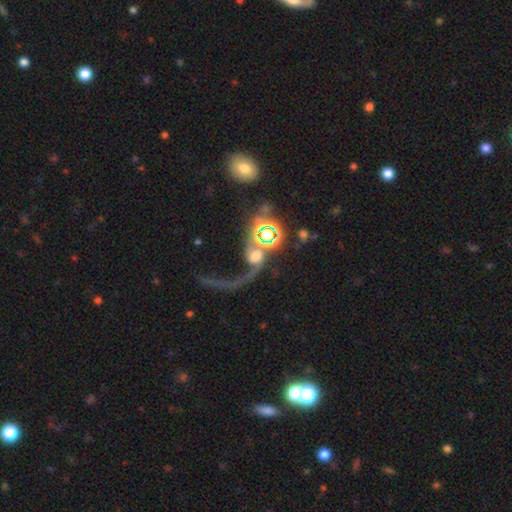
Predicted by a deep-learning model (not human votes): Smooth or featured?
  - featured or disk: 55% *
  - star or artifact: 23%
  - smooth: 22%
Edge-on disk?
  - no: 94% *
  - yes: 6%
Bar?
  - no: 69% *
  - weak: 20%
  - strong: 11%
Spiral arms?
  - yes: 75% *
  - no: 25%
Bulge size?
  - moderate: 33% *
  - large: 24%
  - dominant: 17%
  - small: 15%
  - none: 10%
Merging?
  - merger: 34% * (tied)
  - major disturbance: 34% * (tied)
  - none: 22%
  - minor disturbance: 10%